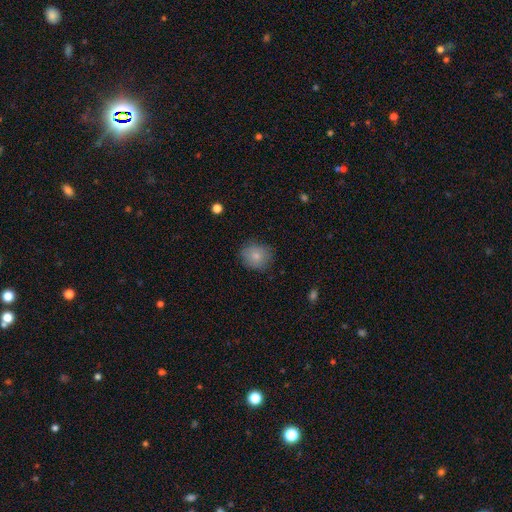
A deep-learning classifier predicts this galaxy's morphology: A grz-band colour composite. It shows a smooth galaxy with no disk features (81%) that is round (75%). Merging: none (79%).